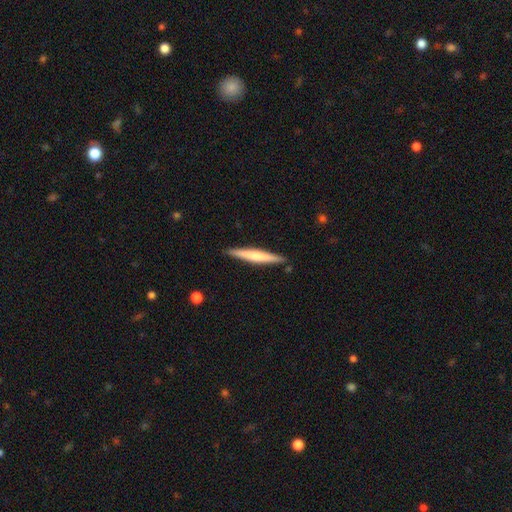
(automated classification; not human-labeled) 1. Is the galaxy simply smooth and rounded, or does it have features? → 51% smooth, 44% featured or disk, 5% star or artifact.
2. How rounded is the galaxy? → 95% cigar-shaped, 4% in between, 1% round.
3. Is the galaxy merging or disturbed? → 90% none, 8% minor disturbance, 1% merger, 1% major disturbance.